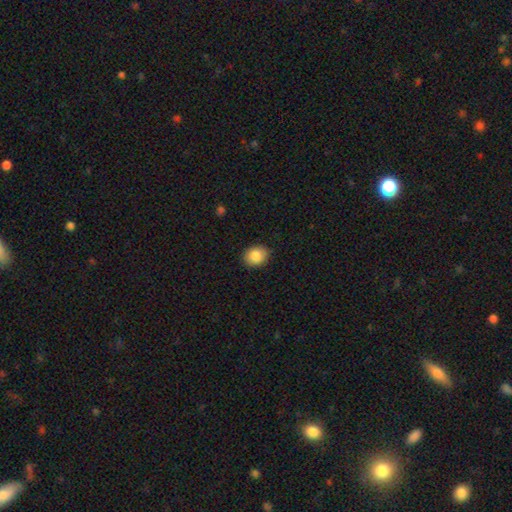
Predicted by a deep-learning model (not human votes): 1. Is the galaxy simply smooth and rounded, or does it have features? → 86% smooth, 8% star or artifact, 6% featured or disk.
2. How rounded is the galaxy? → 53% round, 47% in between, 1% cigar-shaped.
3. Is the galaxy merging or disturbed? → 89% none, 8% minor disturbance, 2% major disturbance, 1% merger.